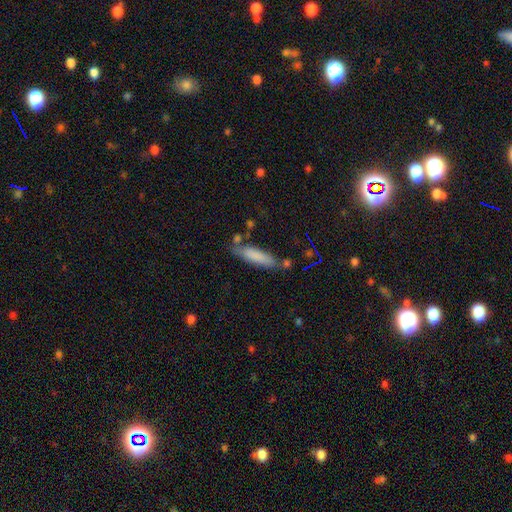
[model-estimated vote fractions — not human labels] The model was most divided on "how rounded": cigar-shaped: 72%, in between: 27%, round: 2%. More confident: smooth or featured — smooth (79%); merging — none (69%).